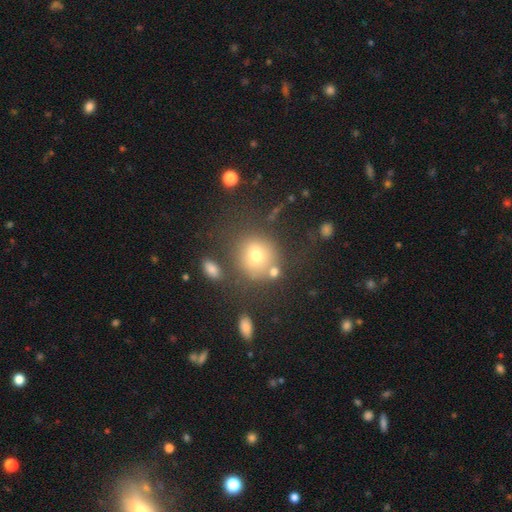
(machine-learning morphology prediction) A smooth galaxy with no disk features (70%) that is round (86%). Merging: none (69%).